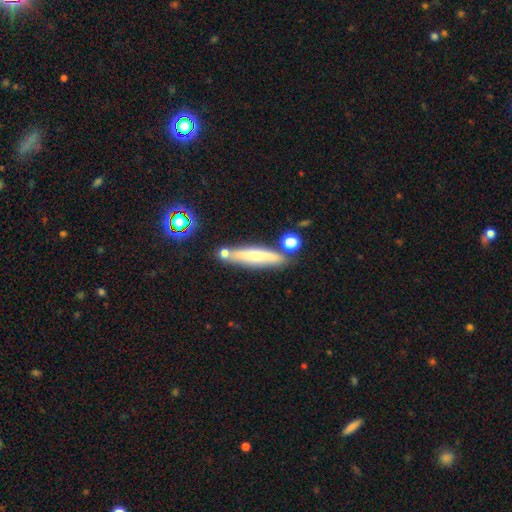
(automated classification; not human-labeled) smooth_or_featured: smooth (p=0.56) [alt: featured or disk p=0.35]
how_rounded: cigar-shaped (p=0.85) [alt: in between p=0.13]
merging: none (p=0.72) [alt: minor disturbance p=0.13]